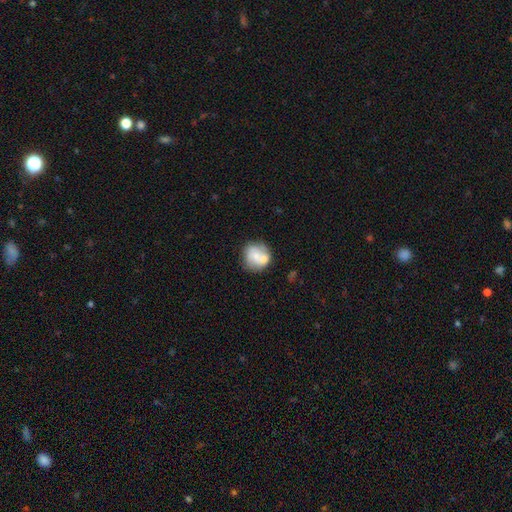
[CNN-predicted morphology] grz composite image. It shows a smooth galaxy with no disk features (61%) that is round (80%). Merging: none (44%).